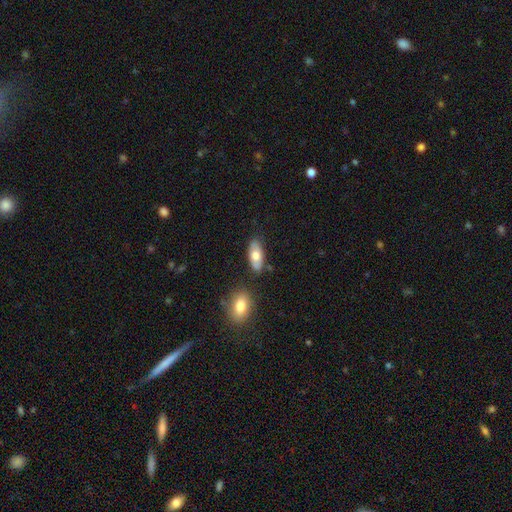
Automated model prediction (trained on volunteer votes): smooth 71%, featured or disk 23%, star or artifact 6%. Down the decision tree: how rounded — in between (87%); merging — none (77%).